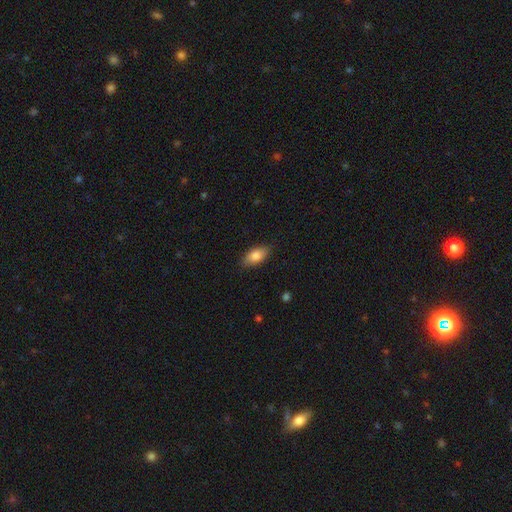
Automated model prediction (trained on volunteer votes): smooth-or-featured: smooth: 83% | featured or disk: 10% | star or artifact: 7%
  how-rounded: in between: 89% | cigar-shaped: 7% | round: 4%
  merging: none: 85% | minor disturbance: 11% | major disturbance: 2% | merger: 1%